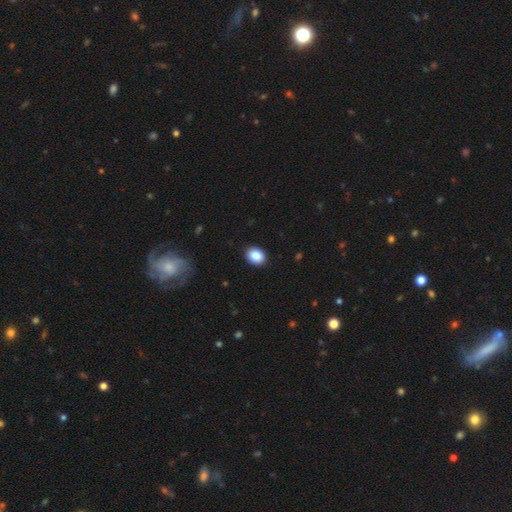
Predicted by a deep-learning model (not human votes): A smooth galaxy with no disk features (87%) that is in between round and cigar-shaped (60%). Merging: none (91%).